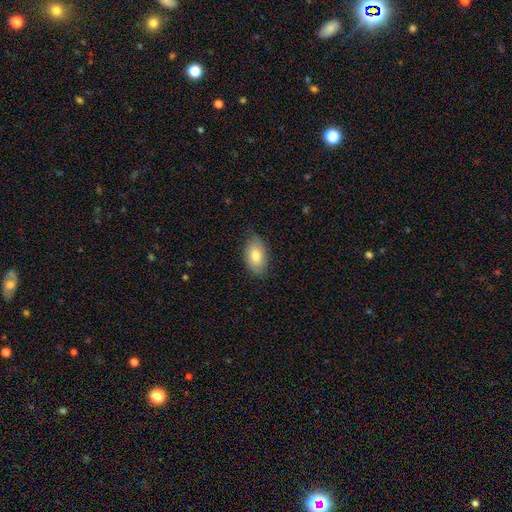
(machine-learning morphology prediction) Smooth or featured? Predicted: smooth (p=0.79). How rounded? Predicted: in between (p=0.92). Merging? Predicted: none (p=0.79).